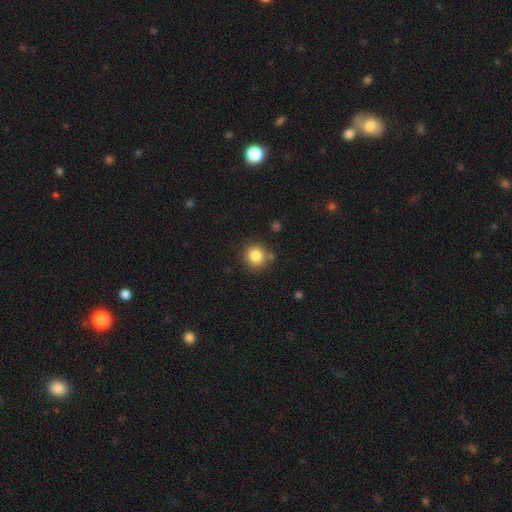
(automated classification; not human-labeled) A smooth galaxy with no disk features (84%) that is round (92%). Merging: none (82%).